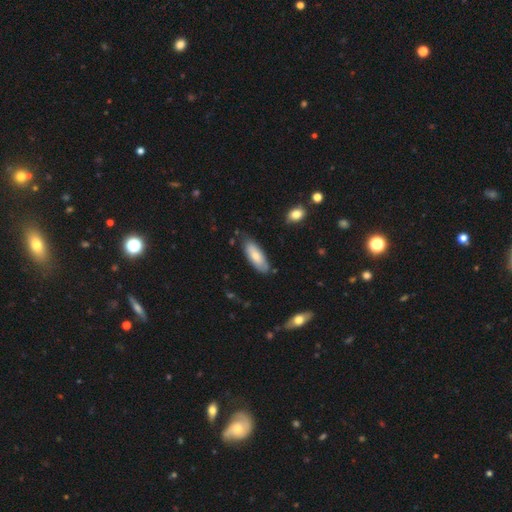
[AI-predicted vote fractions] Overall: smooth (72%). How rounded: in between (71%). Merging: none (76%).